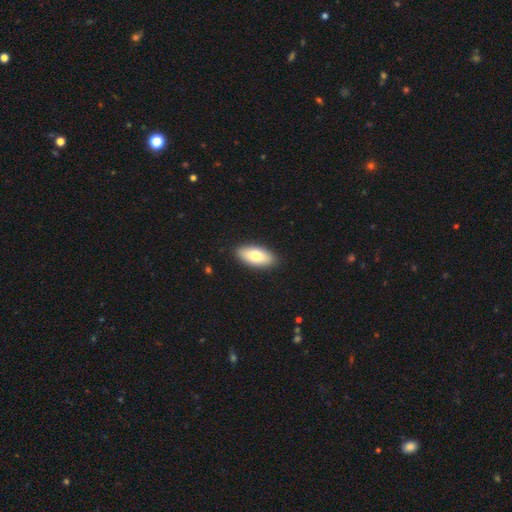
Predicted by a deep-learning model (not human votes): Smooth or featured: smooth — 76% (featured or disk — 18%)
How rounded: in between — 90% (cigar-shaped — 8%)
Merging: none — 90% (minor disturbance — 8%)